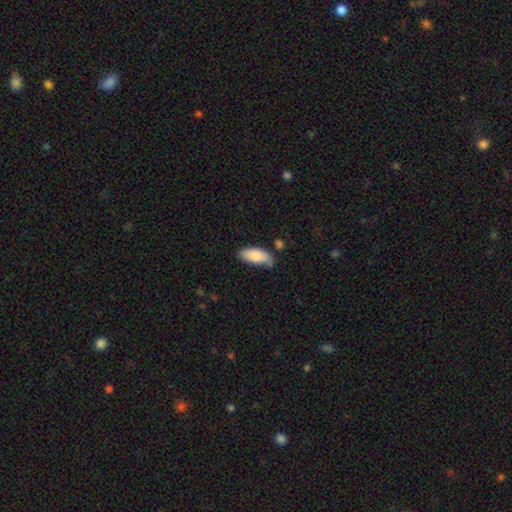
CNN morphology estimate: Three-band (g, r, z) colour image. It shows a smooth galaxy with no disk features (83%) that is in between round and cigar-shaped (89%). Merging: none (65%).